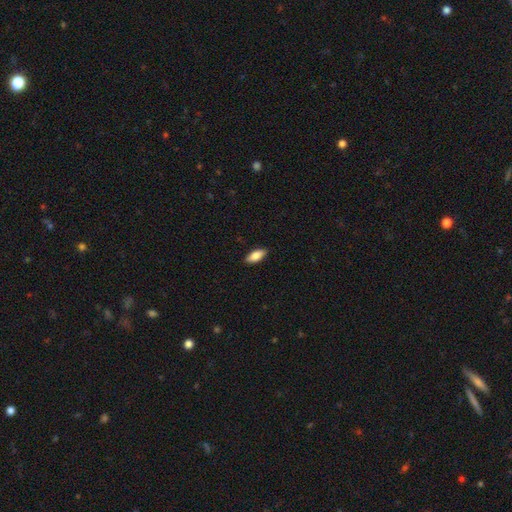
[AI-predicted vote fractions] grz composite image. It shows a smooth galaxy with no disk features (82%) that is in between round and cigar-shaped (81%). Merging: none (89%).